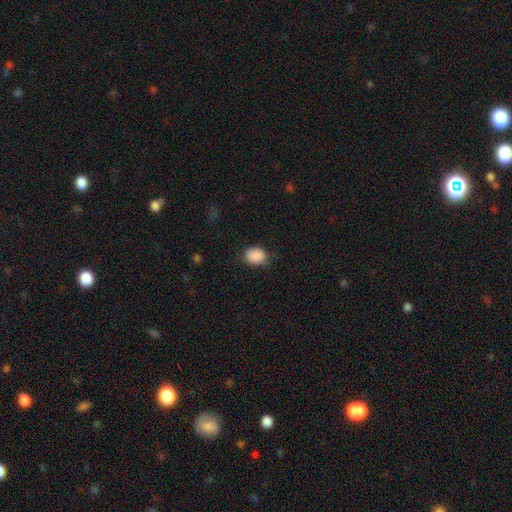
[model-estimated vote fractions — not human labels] The model was most divided on "how rounded": in between: 51%, round: 48%, cigar-shaped: 1%. More confident: smooth or featured — smooth (89%); merging — none (74%).